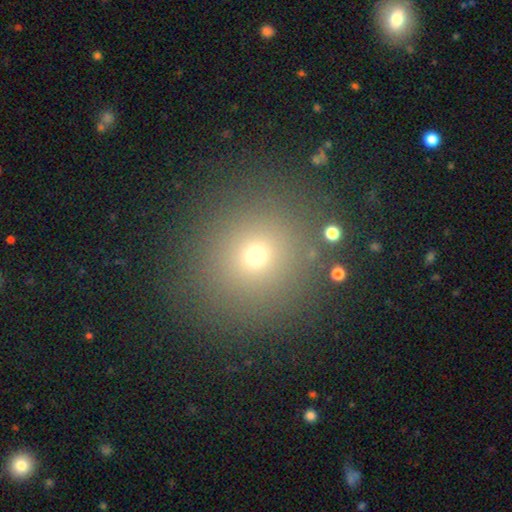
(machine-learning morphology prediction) This is likely a smooth galaxy (66%). How rounded: clearly round (91%). Merging: clearly none (88%).